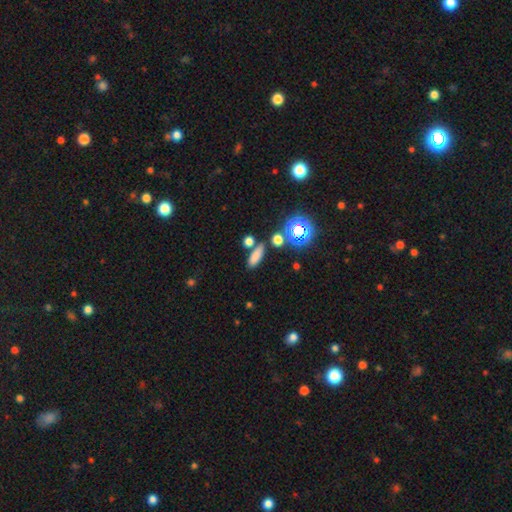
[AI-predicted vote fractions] A smooth galaxy with no disk features (76%) that is in between round and cigar-shaped (52%). Merging: none (74%).